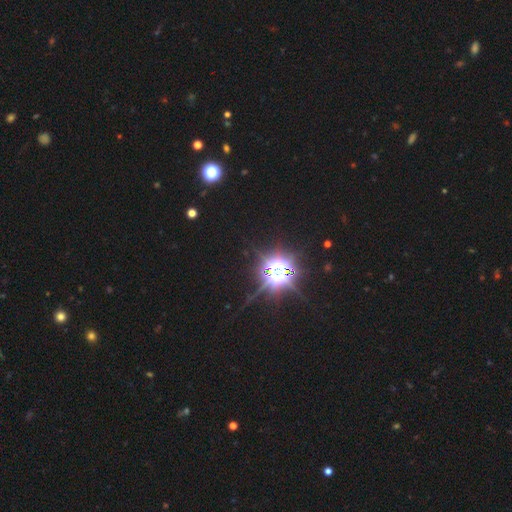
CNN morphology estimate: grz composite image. It shows a star or artifact, not a galaxy (86%).